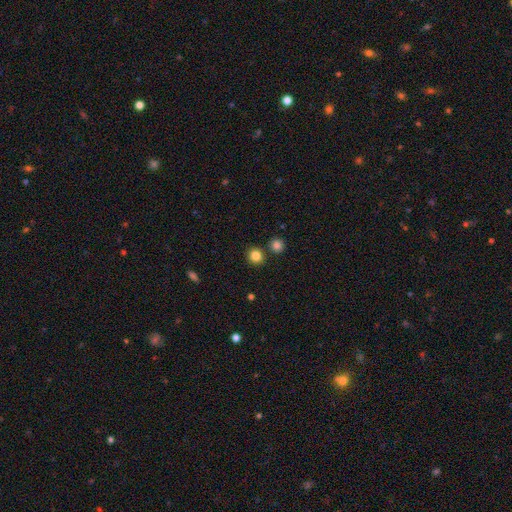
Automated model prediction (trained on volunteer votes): smooth 84%, star or artifact 12%, featured or disk 5%. Down the decision tree: how rounded — round (91%); merging — none (83%).